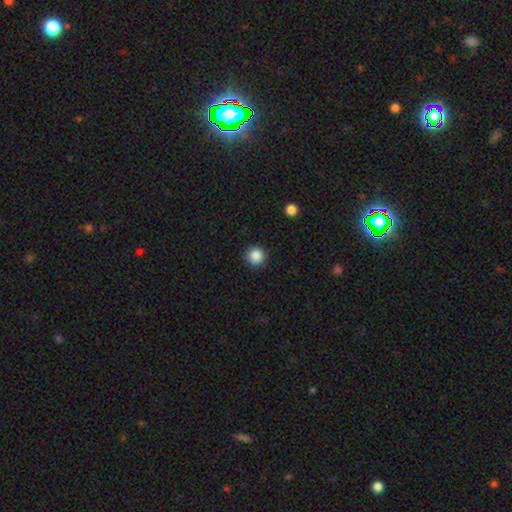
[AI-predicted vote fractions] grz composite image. It shows a smooth galaxy with no disk features (87%) that is round (95%). Merging: none (91%).